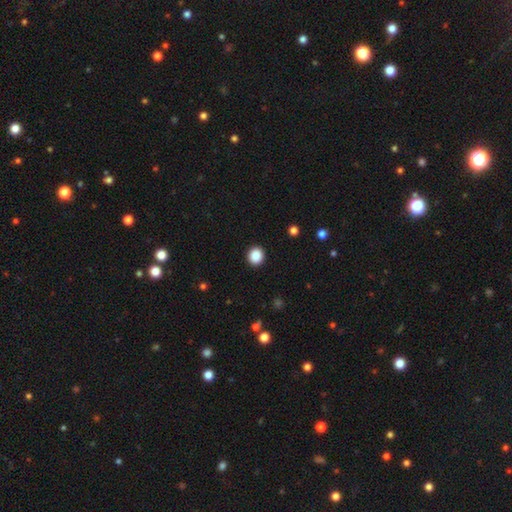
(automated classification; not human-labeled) This is clearly a smooth galaxy (88%). How rounded: clearly round (86%). Merging: clearly none (92%).